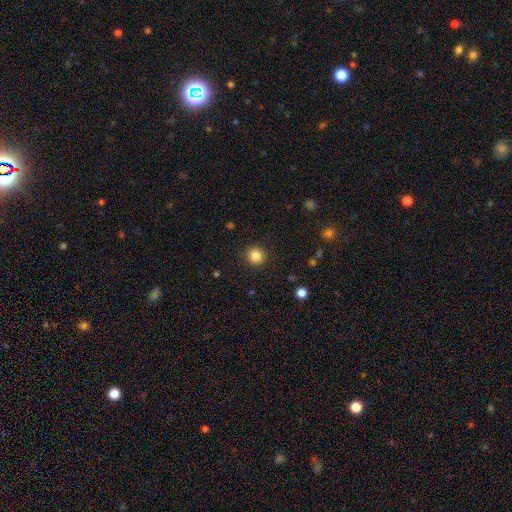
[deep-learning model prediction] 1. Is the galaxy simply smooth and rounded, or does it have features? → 85% smooth, 11% star or artifact, 5% featured or disk.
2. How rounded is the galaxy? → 89% round, 10% in between, 1% cigar-shaped.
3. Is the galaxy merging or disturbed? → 91% none, 6% minor disturbance, 2% major disturbance, 1% merger.